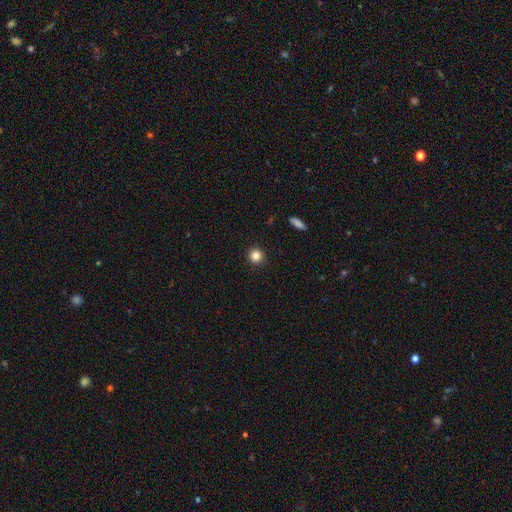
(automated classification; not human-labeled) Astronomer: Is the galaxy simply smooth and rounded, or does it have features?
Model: smooth — 83%.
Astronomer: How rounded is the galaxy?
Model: round — 94%.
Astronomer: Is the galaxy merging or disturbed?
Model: none — 92%.